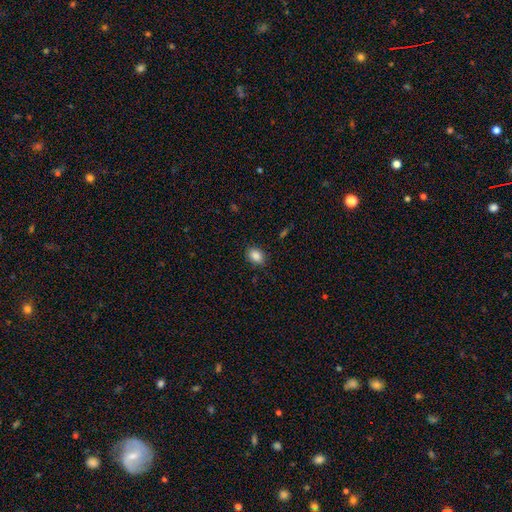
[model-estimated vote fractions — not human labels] Smooth or featured?
  - smooth: 87% *
  - star or artifact: 9%
  - featured or disk: 4%
How rounded?
  - in between: 70% *
  - round: 29%
  - cigar-shaped: 1%
Merging?
  - none: 86% *
  - minor disturbance: 10%
  - major disturbance: 3%
  - merger: 1%